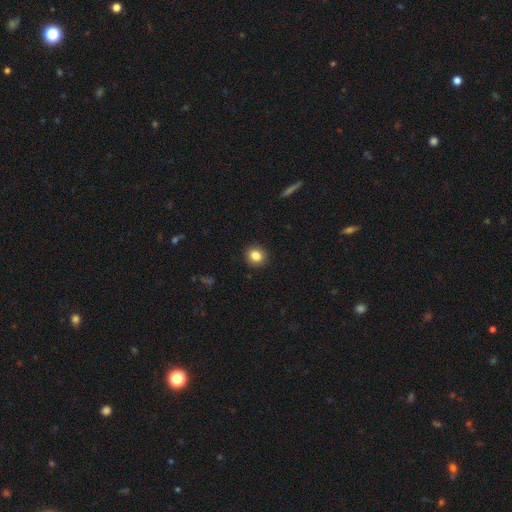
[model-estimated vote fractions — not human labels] Smooth or featured: smooth — 85% (star or artifact — 10%)
How rounded: round — 84% (in between — 15%)
Merging: none — 91% (minor disturbance — 6%)